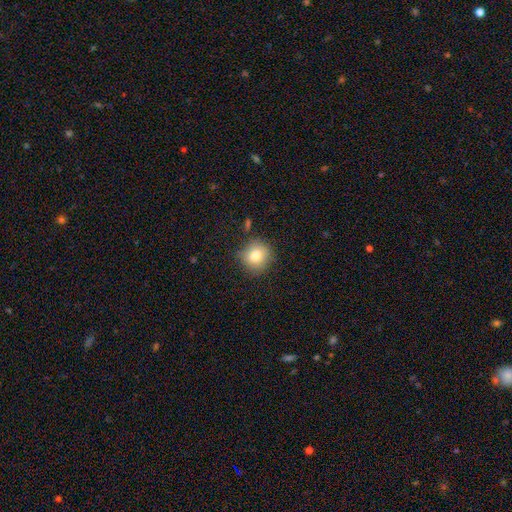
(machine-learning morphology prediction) Smooth or featured?
  - smooth: 80% *
  - star or artifact: 10%
  - featured or disk: 10%
How rounded?
  - round: 89% *
  - in between: 10%
  - cigar-shaped: 1%
Merging?
  - none: 82% *
  - minor disturbance: 13%
  - major disturbance: 3%
  - merger: 2%